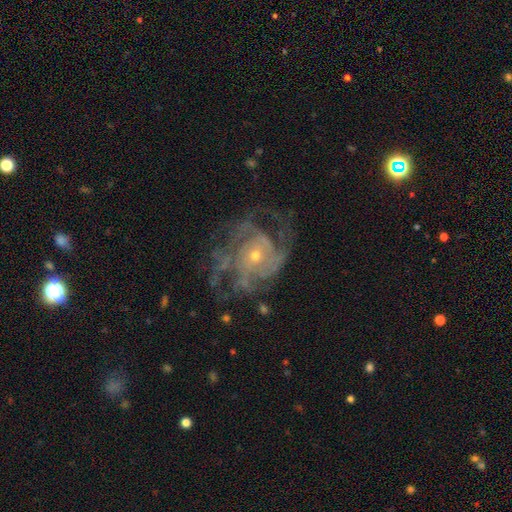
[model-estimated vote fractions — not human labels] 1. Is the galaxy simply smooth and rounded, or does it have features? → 85% featured or disk, 8% smooth, 7% star or artifact.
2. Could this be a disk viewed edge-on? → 97% no, 3% yes.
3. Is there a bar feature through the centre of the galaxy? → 79% no, 17% weak, 4% strong.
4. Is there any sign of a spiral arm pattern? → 90% yes, 10% no.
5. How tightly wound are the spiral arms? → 50% tight, 37% medium, 13% loose.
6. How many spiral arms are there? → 32% can't tell, 21% 3, 19% 4, 13% 2, 8% more than 4, 6% 1.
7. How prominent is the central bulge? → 66% small, 31% moderate, 2% large, 1% none, 1% dominant.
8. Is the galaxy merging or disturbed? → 56% none, 23% major disturbance, 19% minor disturbance, 2% merger.